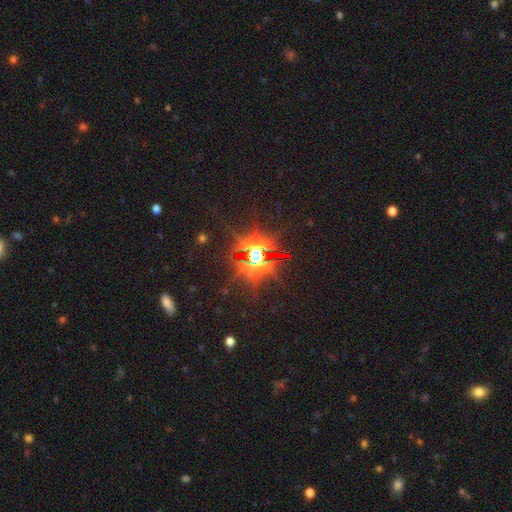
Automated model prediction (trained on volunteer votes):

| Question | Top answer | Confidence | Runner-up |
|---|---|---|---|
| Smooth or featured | star or artifact | 80% | featured or disk (10%) |